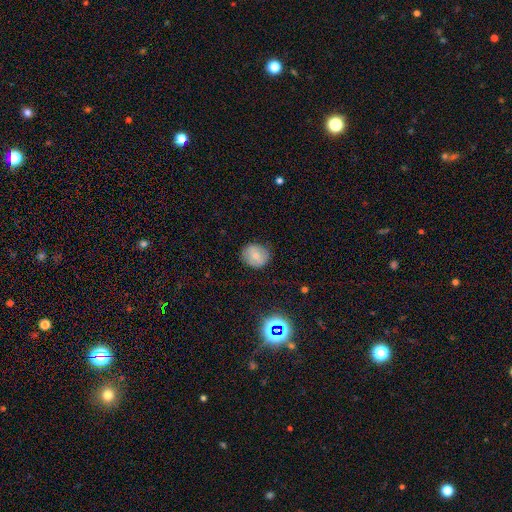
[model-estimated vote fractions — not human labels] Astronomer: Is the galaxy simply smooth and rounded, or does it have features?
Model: smooth — 64%.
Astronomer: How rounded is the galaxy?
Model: round — 73%.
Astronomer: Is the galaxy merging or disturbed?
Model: none — 83%.